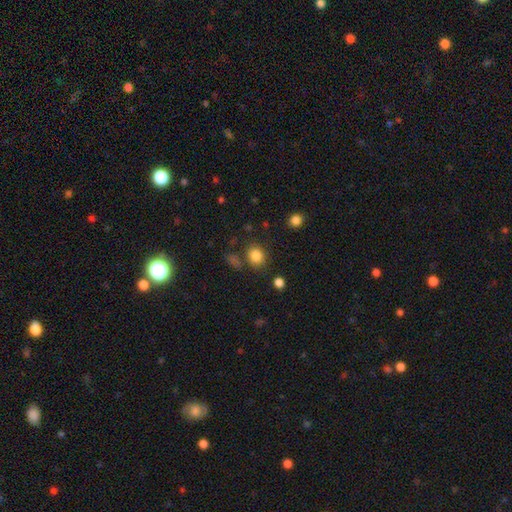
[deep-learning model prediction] This appears to be a smooth galaxy with no disk features (84%) that is round (66%). Merging: none (76%).